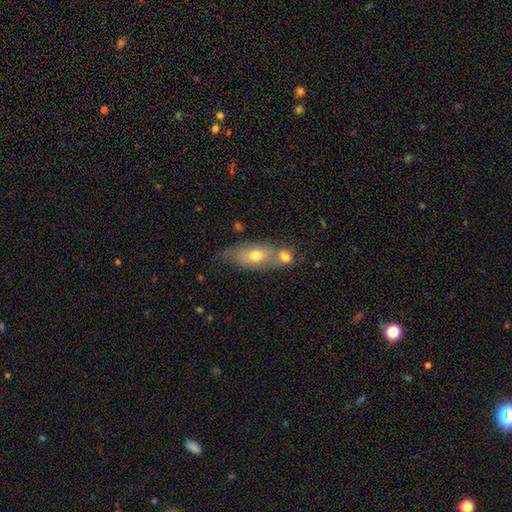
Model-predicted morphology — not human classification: Smooth or featured? smooth (64%)
How rounded? in between (83%)
Merging? merger (49%)